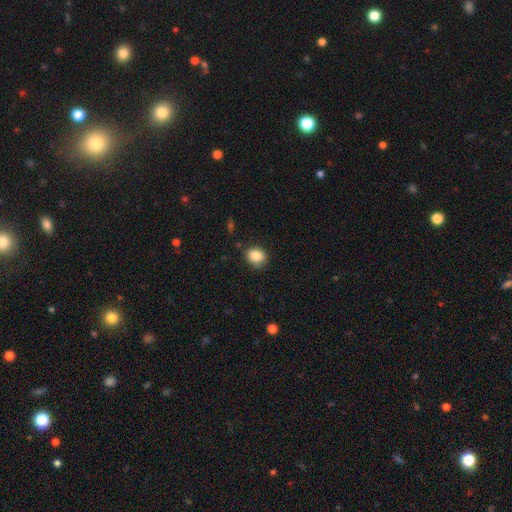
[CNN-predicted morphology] type=smooth (85%); roundness=round (62%); merging=none (77%).